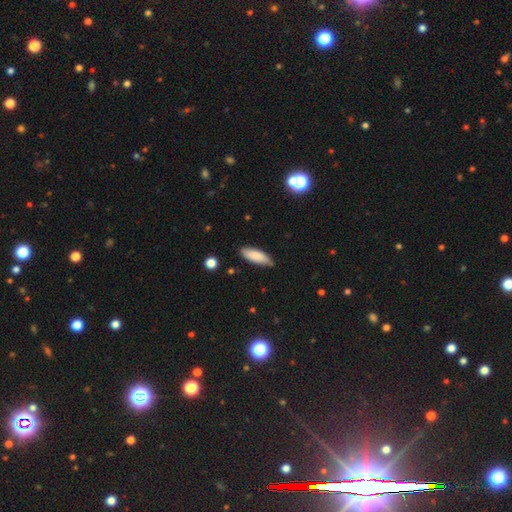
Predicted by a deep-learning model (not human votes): A smooth galaxy with no disk features (85%) that is in between round and cigar-shaped (64%). Merging: none (80%).